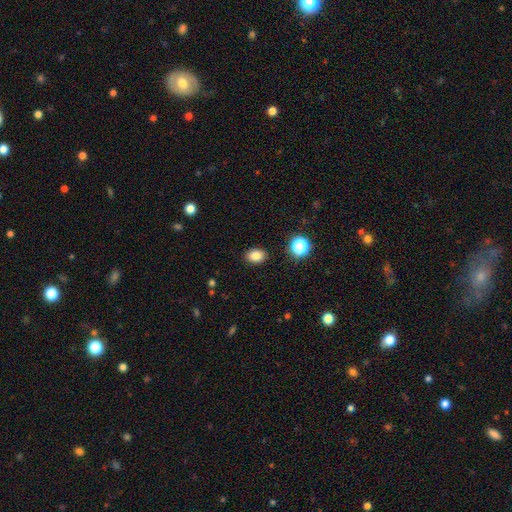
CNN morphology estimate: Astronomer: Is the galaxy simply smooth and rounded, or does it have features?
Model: smooth — 83%.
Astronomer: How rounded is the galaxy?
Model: in between — 70%.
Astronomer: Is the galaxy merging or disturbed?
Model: none — 89%.